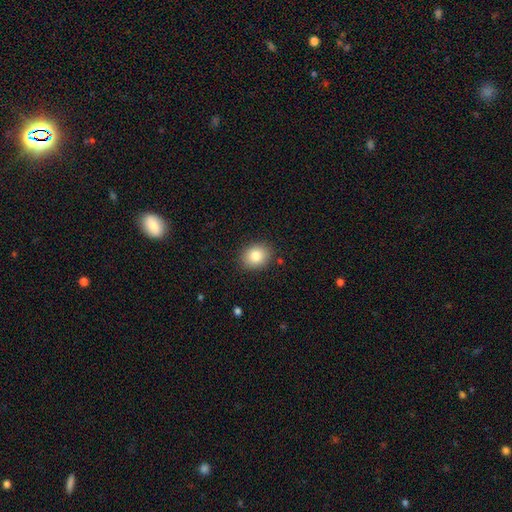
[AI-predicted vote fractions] The model was most divided on "how rounded": in between: 50%, round: 49%, cigar-shaped: 1%. More confident: merging — none (88%); smooth or featured — smooth (83%).